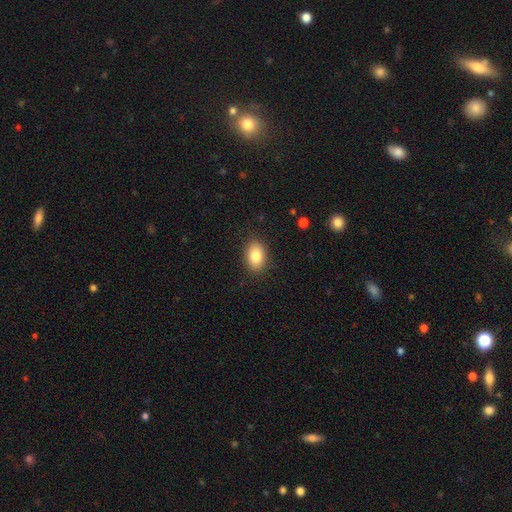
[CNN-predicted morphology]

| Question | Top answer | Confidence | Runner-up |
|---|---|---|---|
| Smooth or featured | smooth | 84% | featured or disk (8%) |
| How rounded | in between | 83% | round (15%) |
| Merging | none | 88% | minor disturbance (9%) |